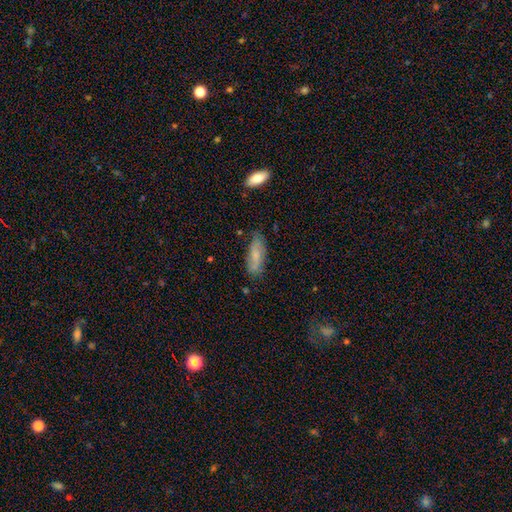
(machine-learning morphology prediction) This is likely a smooth galaxy (64%). How rounded: likely in between (64%). Merging: likely none (73%).